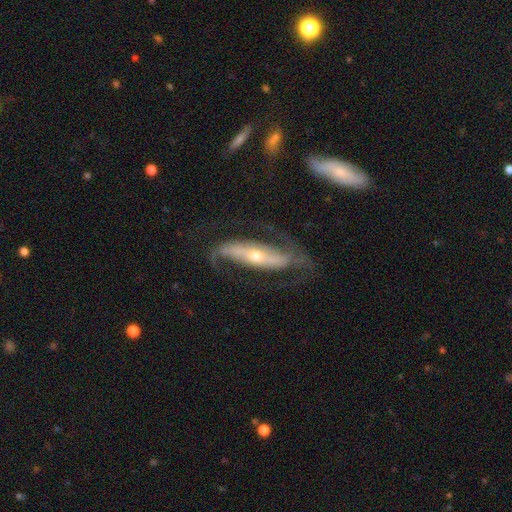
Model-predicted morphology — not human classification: Smooth or featured? featured or disk (79%)
Edge-on disk? no (74%)
Bar? no (45%)
Spiral arms? yes (88%)
Spiral winding? medium (39%)
Spiral arm count? 2 (79%)
Bulge size? small (55%)
Merging? none (60%)